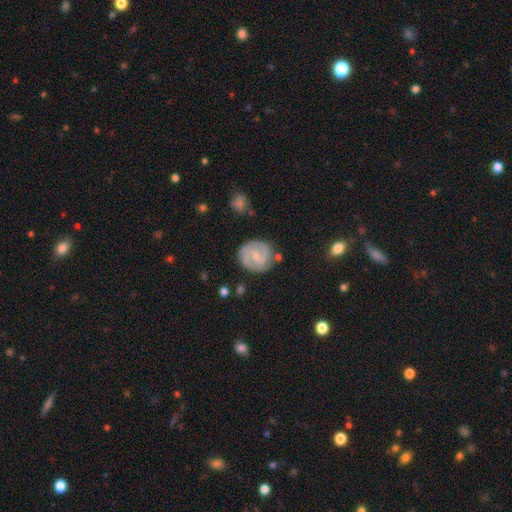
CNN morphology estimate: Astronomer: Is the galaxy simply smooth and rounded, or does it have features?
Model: featured or disk — 76%.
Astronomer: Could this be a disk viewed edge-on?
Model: no — 98%.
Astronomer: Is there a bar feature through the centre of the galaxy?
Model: weak — 51% (runner-up: no, 38%).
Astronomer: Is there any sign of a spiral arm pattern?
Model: yes — 94%.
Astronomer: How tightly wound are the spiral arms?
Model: tight — 46% (runner-up: medium, 43%).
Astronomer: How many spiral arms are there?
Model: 2 — 84%.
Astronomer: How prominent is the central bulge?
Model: small — 58%.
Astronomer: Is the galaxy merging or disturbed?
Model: none — 79%.